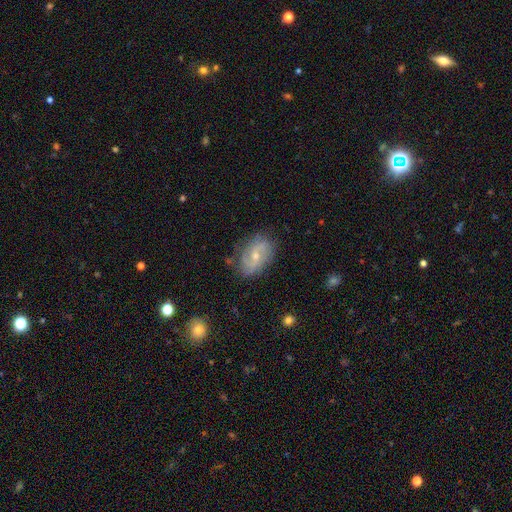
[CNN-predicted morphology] Smooth or featured? Predicted: featured or disk (p=0.76). Edge-on disk? Predicted: no (p=0.96). Bar? Predicted: weak (p=0.45). Spiral arms? Predicted: yes (p=0.91). Spiral winding? Predicted: medium (p=0.43). Spiral arm count? Predicted: 2 (p=0.69). Bulge size? Predicted: small (p=0.52). Merging? Predicted: none (p=0.75).